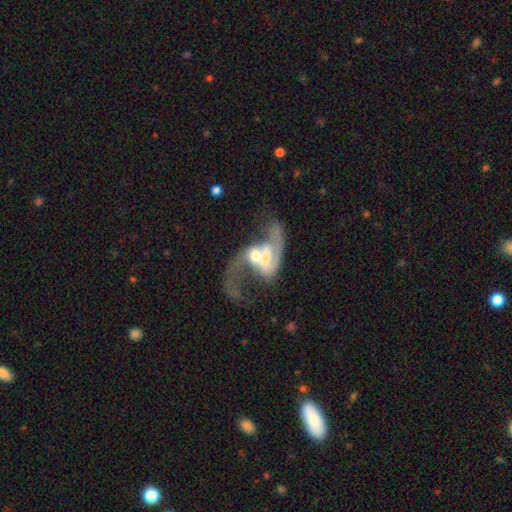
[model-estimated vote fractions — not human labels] This appears to be a featured or disk galaxy (77%) with no bar (50%), 2 (74%) loose (71%) spiral arms (85%) and a moderate central bulge (56%). Merging: merger (66%).